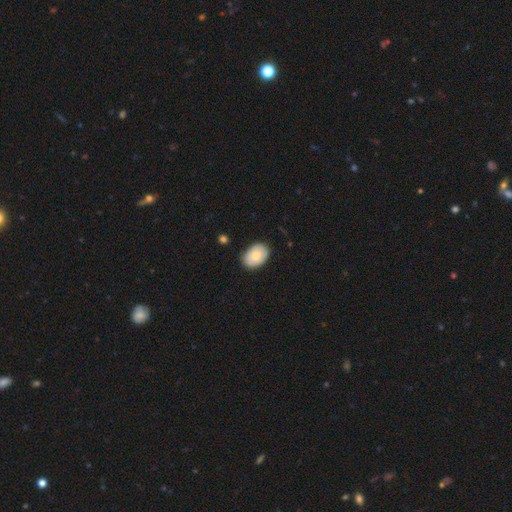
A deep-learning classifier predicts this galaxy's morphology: smooth_or_featured: smooth (p=0.81) [alt: featured or disk p=0.13]
how_rounded: in between (p=0.81) [alt: round p=0.18]
merging: none (p=0.84) [alt: minor disturbance p=0.13]